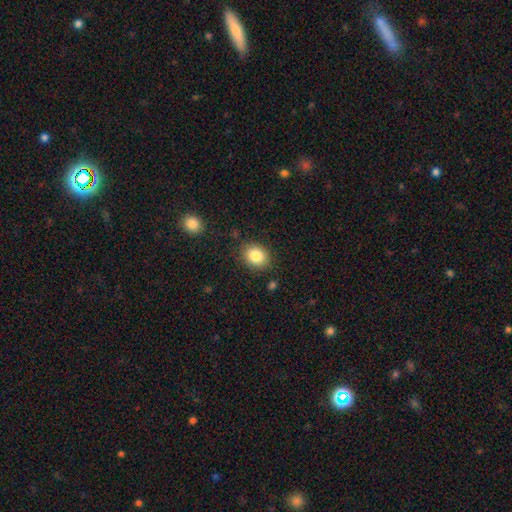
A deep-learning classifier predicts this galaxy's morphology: A smooth galaxy with no disk features (84%) that is round (52%). Merging: none (84%).